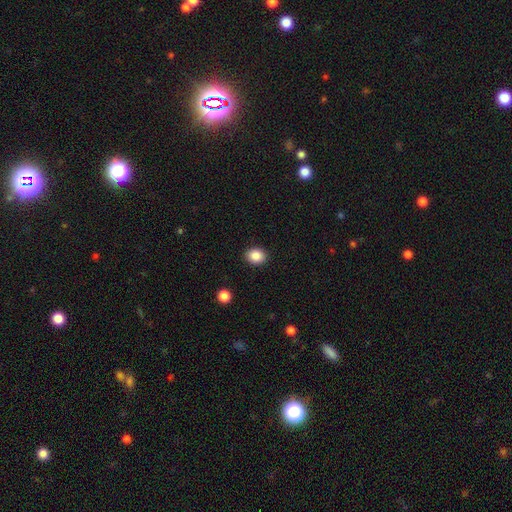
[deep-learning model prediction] The model was most divided on "how rounded": round: 51%, in between: 48%, cigar-shaped: 1%. More confident: merging — none (90%); smooth or featured — smooth (87%).